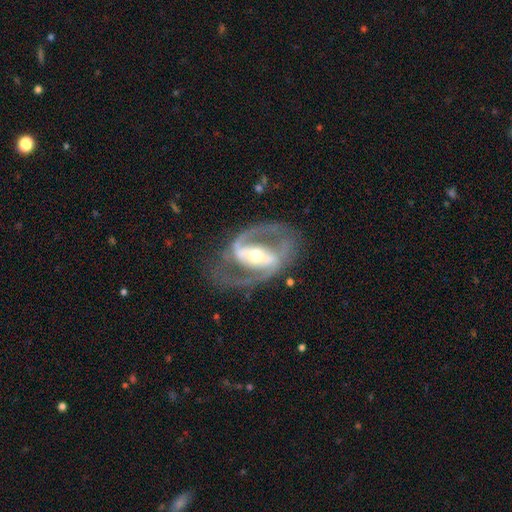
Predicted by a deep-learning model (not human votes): This is clearly a featured or disk galaxy (91%). It is clearly not viewed edge-on (97%). Bar: possibly strong (60%). Spiral arm pattern: clearly yes (96%). Spiral arm count: clearly 2 (92%). Spiral winding: likely medium (61%). Central bulge: possibly moderate (60%). Merging: likely none (74%).